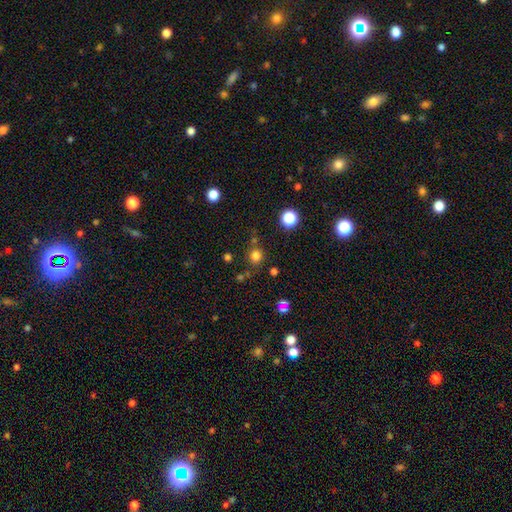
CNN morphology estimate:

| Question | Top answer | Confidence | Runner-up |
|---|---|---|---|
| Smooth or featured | smooth | 77% | star or artifact (17%) |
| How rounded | round | 88% | in between (11%) |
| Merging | none | 78% | minor disturbance (10%) |